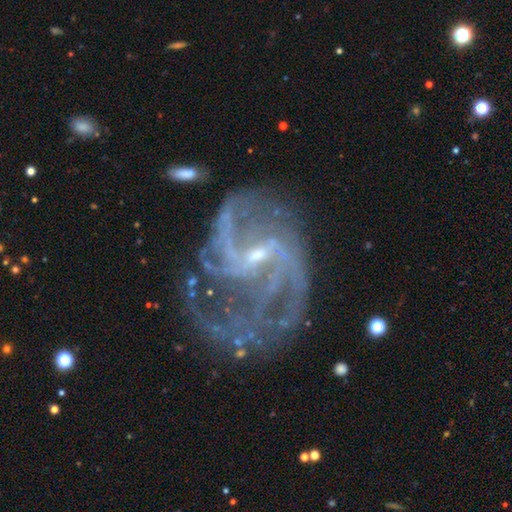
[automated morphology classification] smooth-or-featured: featured or disk: 91% | star or artifact: 6% | smooth: 3%
  disk-edge-on: no: 98% | yes: 2%
    bar: weak: 49% | strong: 30% | no: 21%
    has-spiral-arms: yes: 97% | no: 3%
      spiral-winding: medium: 50% | loose: 28% | tight: 22%
      spiral-arm-count: 2: 39% | 3: 19% | can't tell: 14% | 4: 12% | more than 4: 8% | 1: 8%
    bulge-size: small: 73% | moderate: 20% | none: 5% | large: 1% | dominant: 1%
  merging: none: 52% | major disturbance: 24% | minor disturbance: 21% | merger: 4%